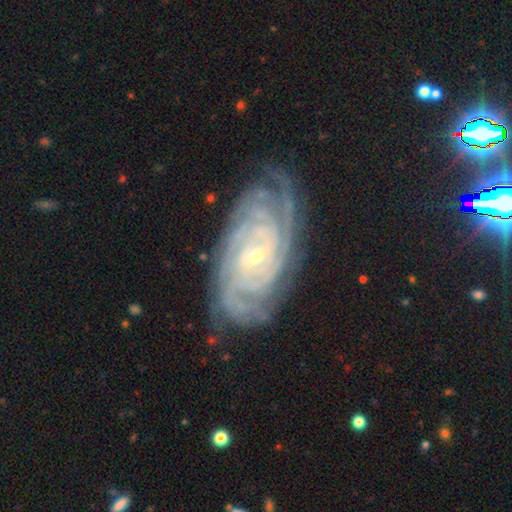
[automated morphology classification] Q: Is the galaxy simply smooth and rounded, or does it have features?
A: featured or disk — 90%.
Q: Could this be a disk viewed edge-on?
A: no — 96%.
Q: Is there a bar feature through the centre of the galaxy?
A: weak — 43%.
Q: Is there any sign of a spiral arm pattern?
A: yes — 98%.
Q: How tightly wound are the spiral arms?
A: tight — 82%.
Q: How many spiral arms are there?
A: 4 — 25%.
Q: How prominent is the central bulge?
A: small — 80%.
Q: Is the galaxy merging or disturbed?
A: none — 77%.